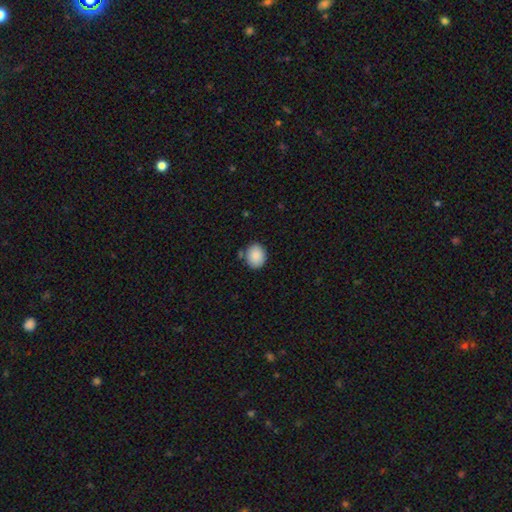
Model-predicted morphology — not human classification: Smooth or featured: smooth — 89% (star or artifact — 7%)
How rounded: in between — 50% (round — 49%)
Merging: none — 79% (minor disturbance — 13%)